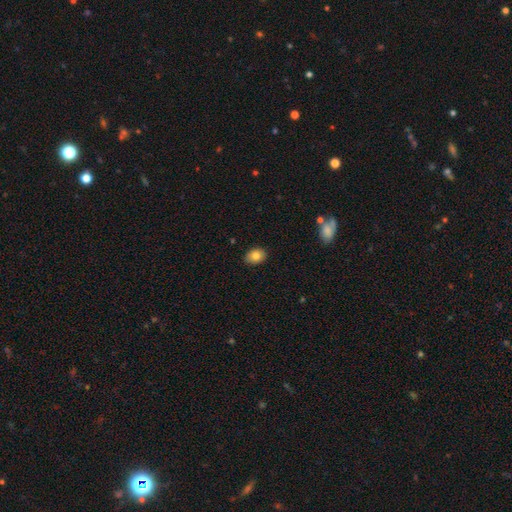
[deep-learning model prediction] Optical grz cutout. It shows a smooth galaxy with no disk features (83%) that is in between round and cigar-shaped (73%). Merging: none (86%).